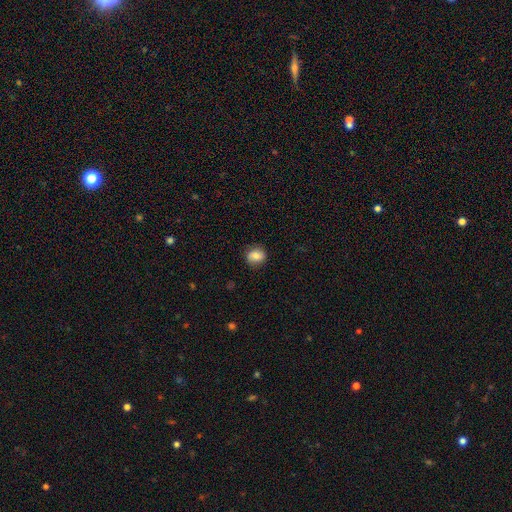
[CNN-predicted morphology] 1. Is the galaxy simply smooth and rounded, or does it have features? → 75% smooth, 16% featured or disk, 9% star or artifact.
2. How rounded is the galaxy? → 63% round, 36% in between, 1% cigar-shaped.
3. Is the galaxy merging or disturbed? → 81% none, 14% minor disturbance, 4% major disturbance, 1% merger.